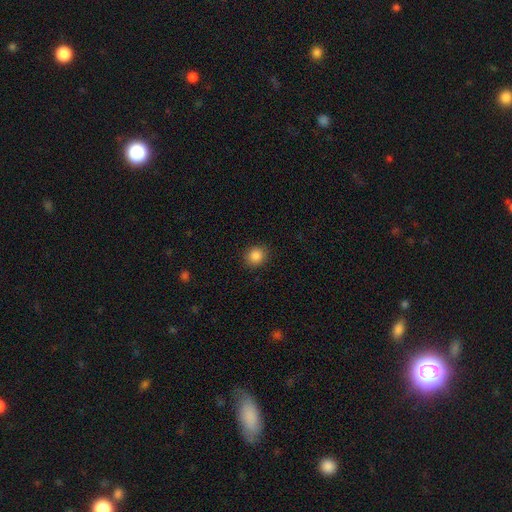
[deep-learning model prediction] Morphology: type=smooth (86%); roundness=round (80%); merging=none (89%).